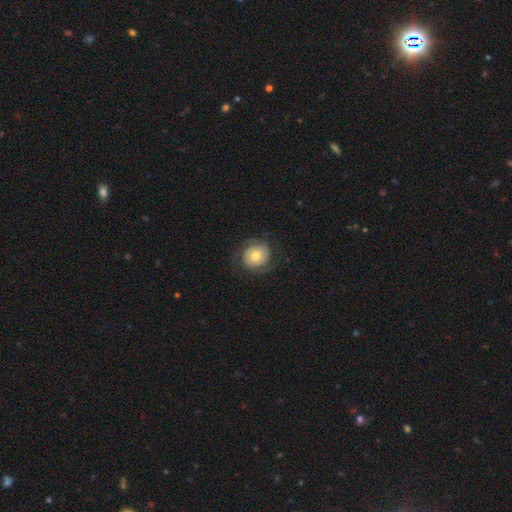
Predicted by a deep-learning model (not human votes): Smooth or featured?
  - featured or disk: 54% *
  - smooth: 39%
  - star or artifact: 7%
Edge-on disk?
  - no: 97% *
  - yes: 3%
Bar?
  - no: 79% *
  - weak: 17%
  - strong: 4%
Spiral arms?
  - yes: 80% *
  - no: 20%
Bulge size?
  - moderate: 66% *
  - small: 21%
  - large: 10%
  - dominant: 2%
  - none: 1%
Merging?
  - none: 71% *
  - minor disturbance: 16%
  - major disturbance: 12%
  - merger: 1%